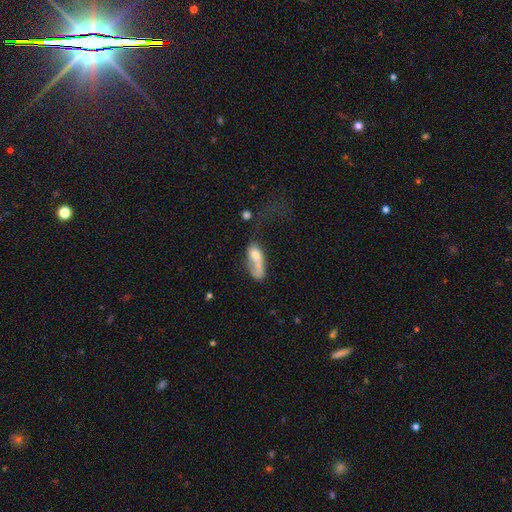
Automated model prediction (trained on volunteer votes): smooth 56%, featured or disk 36%, star or artifact 9%. Down the decision tree: how rounded — in between (75%); merging — major disturbance (33%).